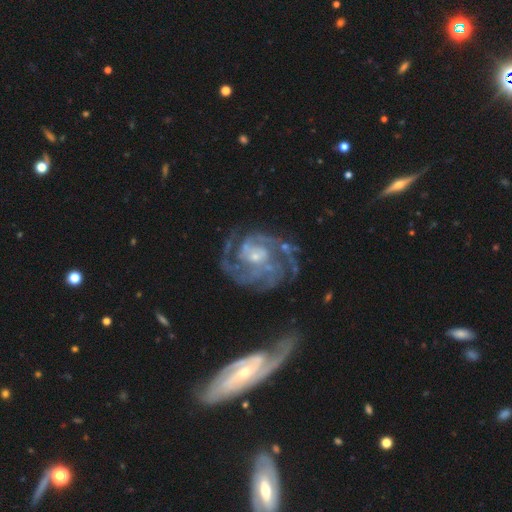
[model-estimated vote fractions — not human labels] This appears to be a featured or disk galaxy (91%) with no bar (60%), 3 (29%) tight (53%) spiral arms (97%) and a small central bulge (67%). Merging: none (61%).